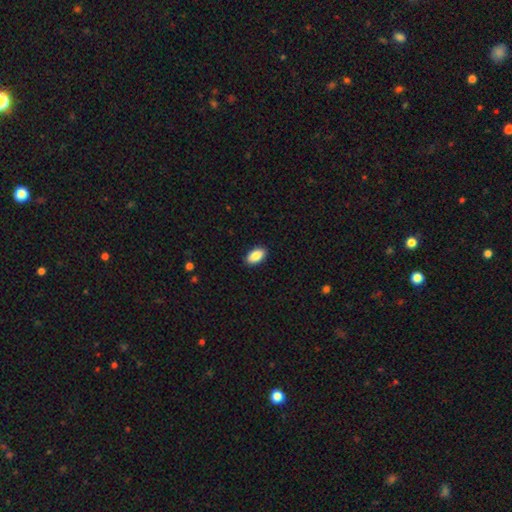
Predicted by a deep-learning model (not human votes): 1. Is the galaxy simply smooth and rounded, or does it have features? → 90% smooth, 7% star or artifact, 4% featured or disk.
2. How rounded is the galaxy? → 94% in between, 3% round, 3% cigar-shaped.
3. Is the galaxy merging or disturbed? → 90% none, 7% minor disturbance, 2% major disturbance, 1% merger.